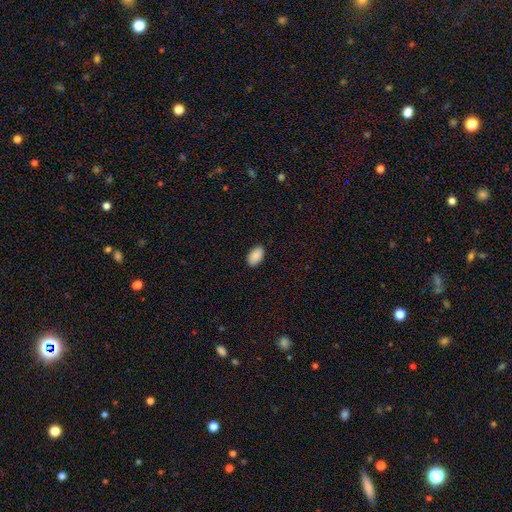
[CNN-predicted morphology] The model was most divided on "merging": none: 89%, minor disturbance: 9%, major disturbance: 2%, merger: 1%. More confident: how rounded — in between (94%); smooth or featured — smooth (90%).